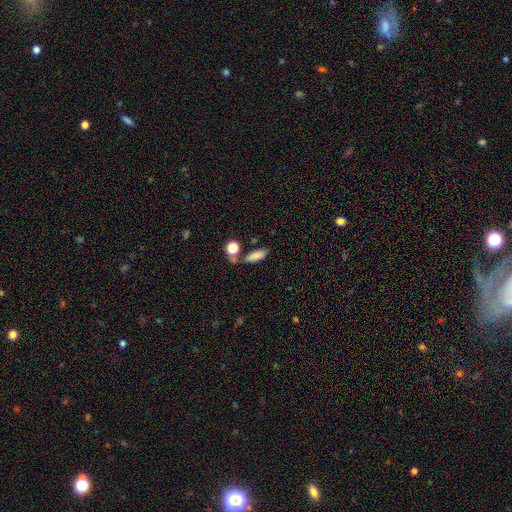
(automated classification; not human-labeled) Smooth or featured?
  - smooth: 81% *
  - featured or disk: 10%
  - star or artifact: 9%
How rounded?
  - in between: 67% *
  - cigar-shaped: 27%
  - round: 6%
Merging?
  - none: 60% *
  - merger: 18%
  - minor disturbance: 16%
  - major disturbance: 6%